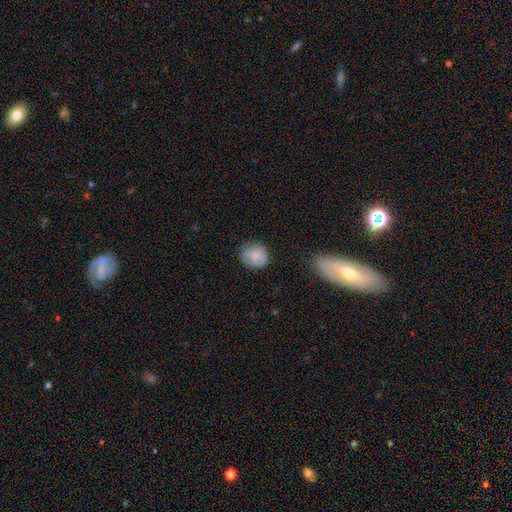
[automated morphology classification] smooth 83%, featured or disk 10%, star or artifact 8%. Down the decision tree: how rounded — round (81%); merging — none (73%).